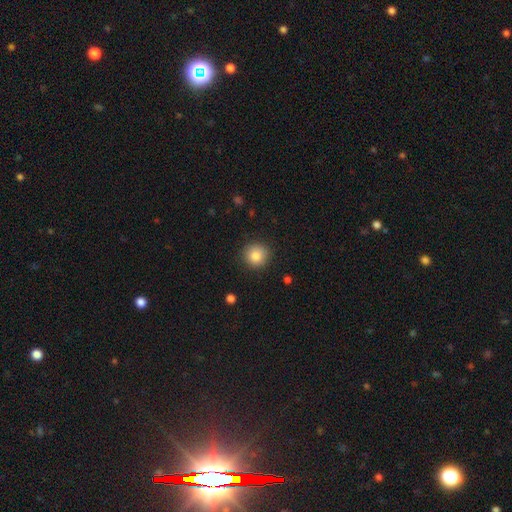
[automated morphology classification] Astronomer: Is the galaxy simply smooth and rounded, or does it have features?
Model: smooth — 84%.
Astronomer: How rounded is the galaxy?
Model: round — 93%.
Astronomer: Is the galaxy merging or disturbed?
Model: none — 89%.